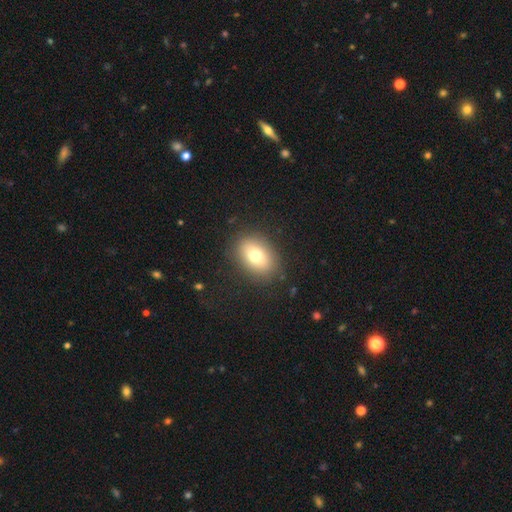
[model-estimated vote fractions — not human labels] smooth-or-featured: smooth: 74% | featured or disk: 15% | star or artifact: 11%
  how-rounded: in between: 73% | round: 26% | cigar-shaped: 1%
  merging: none: 86% | minor disturbance: 9% | major disturbance: 4% | merger: 1%